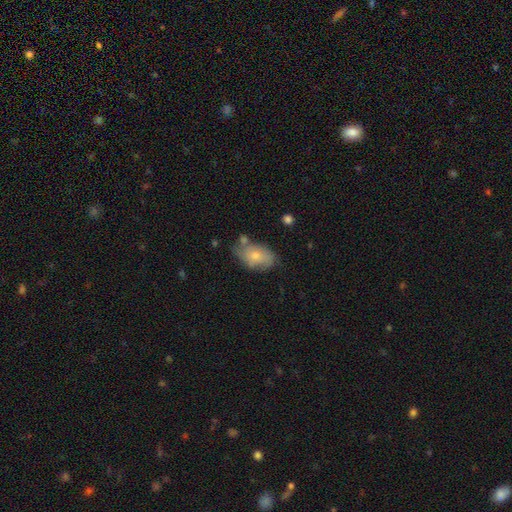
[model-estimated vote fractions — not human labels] This is likely a smooth galaxy (68%). How rounded: clearly in between (90%). Merging: possibly none (53%).